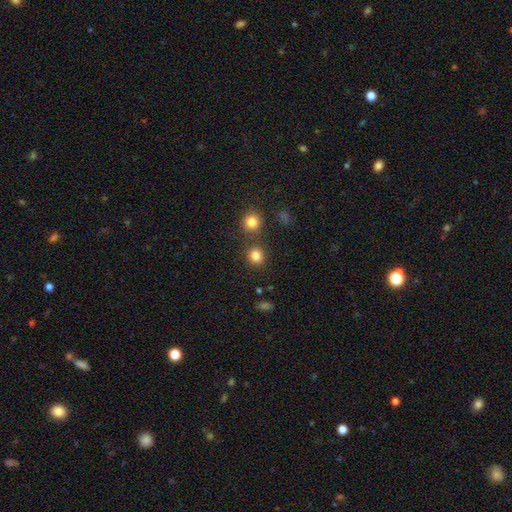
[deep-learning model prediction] The model was most divided on "how rounded": round: 80%, in between: 19%, cigar-shaped: 1%. More confident: smooth or featured — smooth (83%); merging — none (78%).